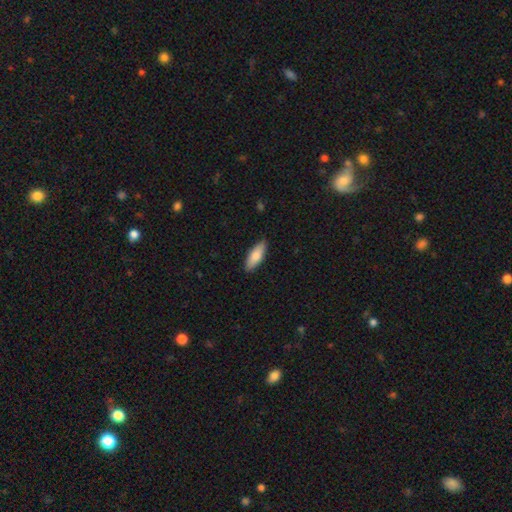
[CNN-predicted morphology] Overall: smooth (79%). How rounded: in between (66%; cigar-shaped 32%). Merging: none (88%).